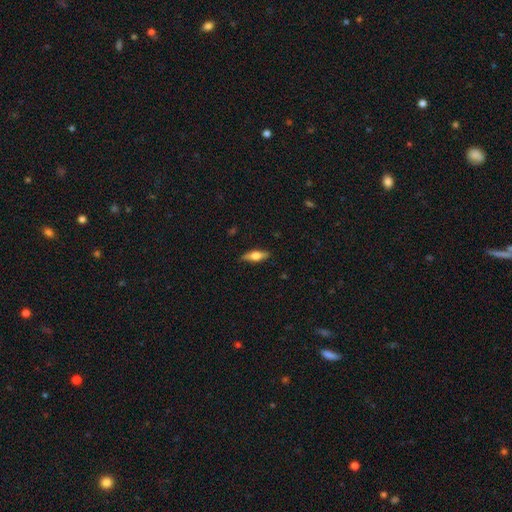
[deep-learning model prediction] This appears to be a smooth galaxy with no disk features (58%) that is in between round and cigar-shaped (55%). Merging: none (86%).